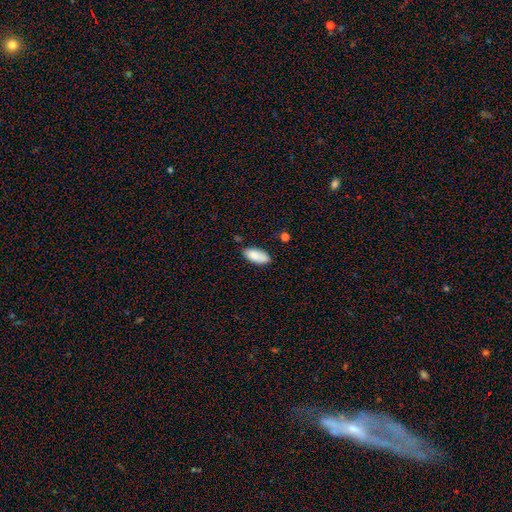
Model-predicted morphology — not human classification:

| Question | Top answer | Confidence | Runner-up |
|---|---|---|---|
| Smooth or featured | smooth | 86% | featured or disk (8%) |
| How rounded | in between | 89% | cigar-shaped (9%) |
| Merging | none | 76% | minor disturbance (18%) |